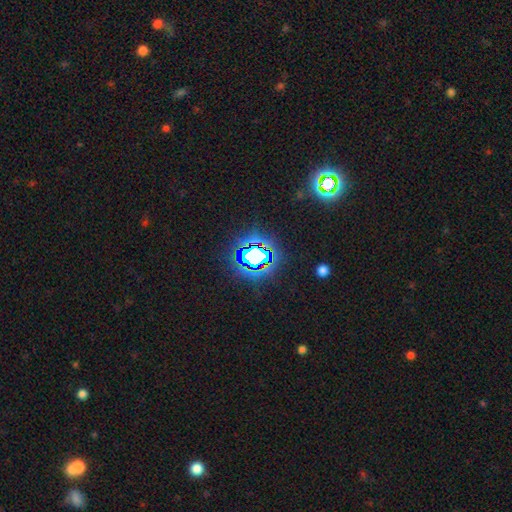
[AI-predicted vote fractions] A star or artifact, not a galaxy (67%).